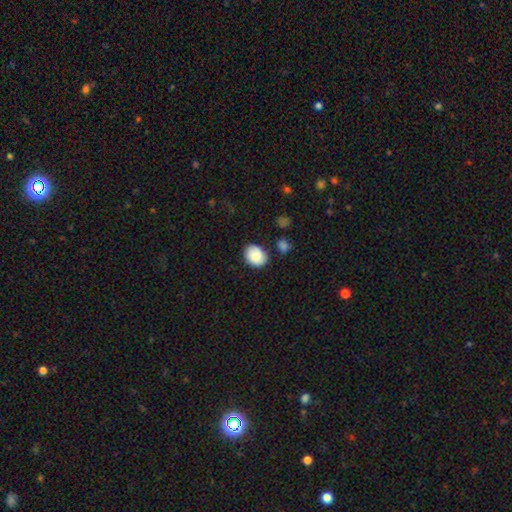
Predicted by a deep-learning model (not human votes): Smooth or featured: smooth — 86% (star or artifact — 7%)
How rounded: in between — 57% (round — 42%)
Merging: none — 75% (minor disturbance — 17%)